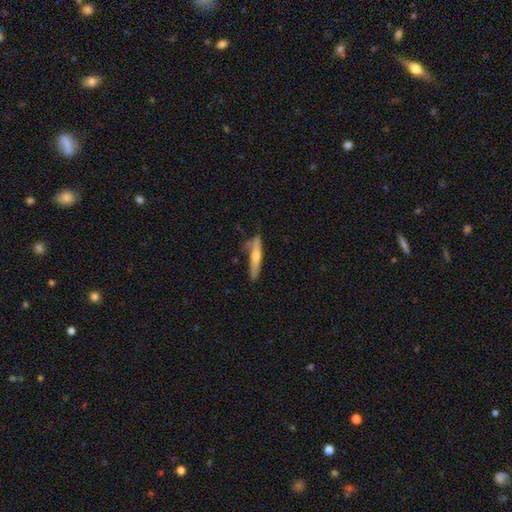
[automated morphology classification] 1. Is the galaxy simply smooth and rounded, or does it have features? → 51% featured or disk, 42% smooth, 6% star or artifact.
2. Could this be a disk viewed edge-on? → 88% yes, 12% no.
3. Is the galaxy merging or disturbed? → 69% none, 22% minor disturbance, 5% major disturbance, 4% merger.